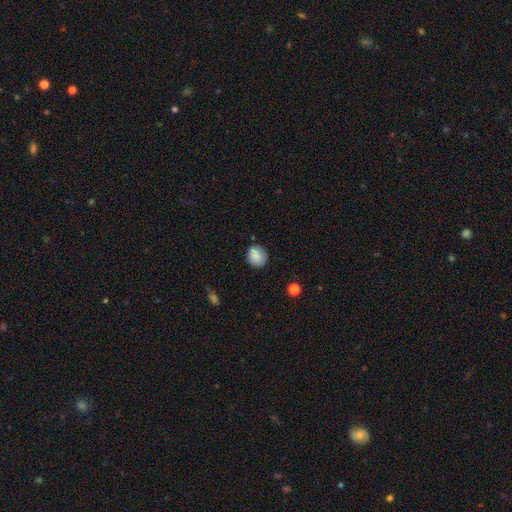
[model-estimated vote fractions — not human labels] The model was most divided on "how rounded": round: 74%, in between: 25%, cigar-shaped: 1%. More confident: smooth or featured — smooth (83%); merging — none (78%).